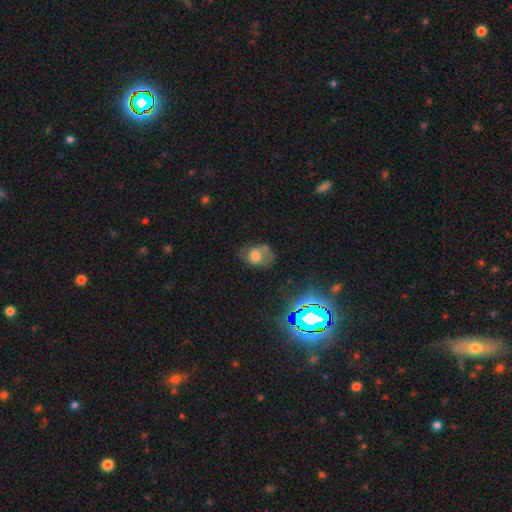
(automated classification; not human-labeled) This appears to be a smooth galaxy with no disk features (47%). Merging: none (44%).